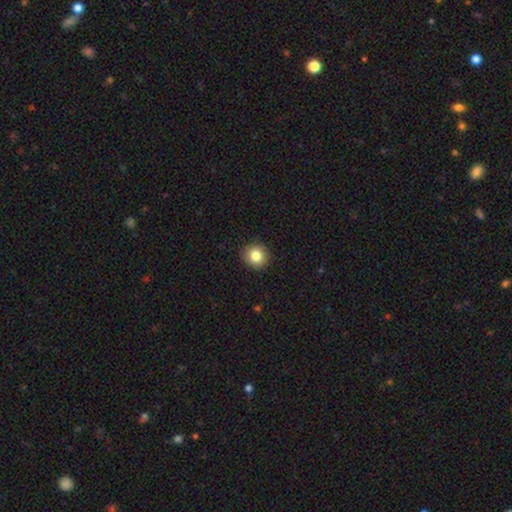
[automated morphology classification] type=smooth (82%); roundness=round (88%); merging=none (91%).